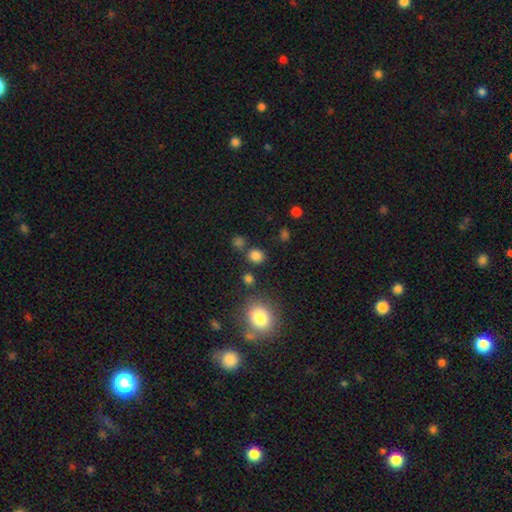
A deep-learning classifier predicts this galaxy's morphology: smooth-or-featured: smooth: 81% | star or artifact: 15% | featured or disk: 5%
  how-rounded: round: 77% | in between: 22% | cigar-shaped: 1%
  merging: none: 78% | merger: 9% | minor disturbance: 9% | major disturbance: 4%